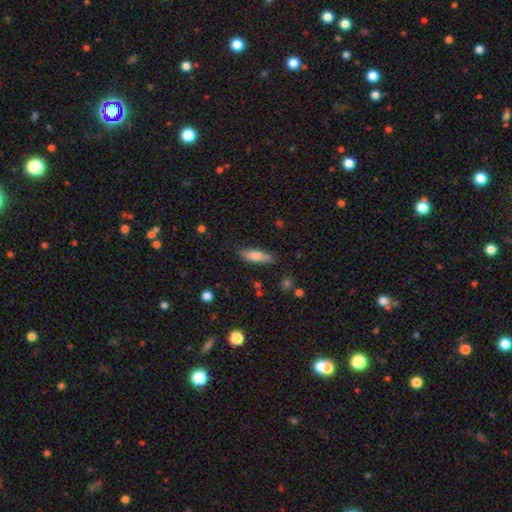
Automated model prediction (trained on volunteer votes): A smooth galaxy with no disk features (78%) that is cigar-shaped (54%). Merging: none (80%).